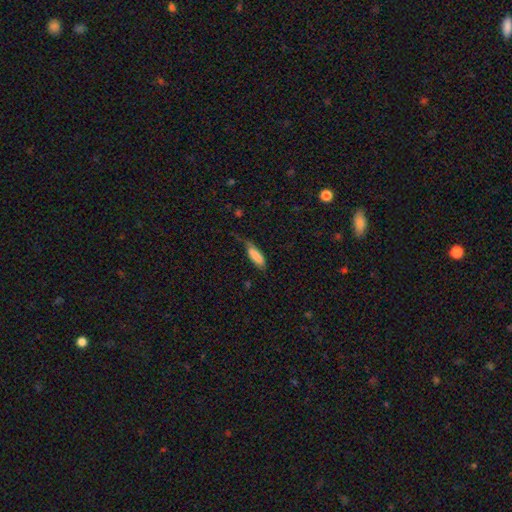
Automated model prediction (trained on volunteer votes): A smooth galaxy with no disk features (80%) that is in between round and cigar-shaped (60%).

Vote fractions:
- Smooth or featured? smooth: 80% / featured or disk: 13% / star or artifact: 6%
- How rounded? in between: 60% / cigar-shaped: 38% / round: 2%
- Merging? none: 43% / minor disturbance: 37% / major disturbance: 18% / merger: 3%